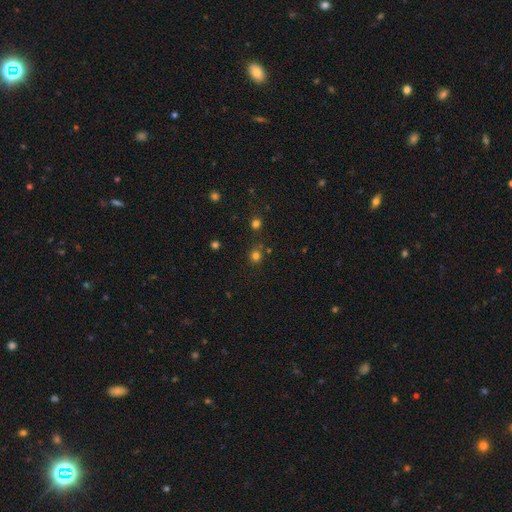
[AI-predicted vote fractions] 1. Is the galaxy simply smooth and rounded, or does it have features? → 73% smooth, 22% star or artifact, 5% featured or disk.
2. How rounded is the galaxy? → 90% round, 9% in between, 1% cigar-shaped.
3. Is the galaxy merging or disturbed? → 79% none, 9% minor disturbance, 9% merger, 3% major disturbance.